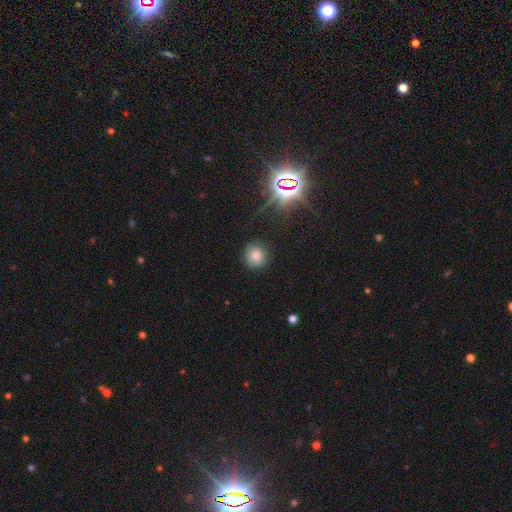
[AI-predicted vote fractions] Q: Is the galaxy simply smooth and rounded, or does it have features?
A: smooth — 76%.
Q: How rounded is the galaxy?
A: round — 87%.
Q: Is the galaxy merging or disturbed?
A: none — 84%.